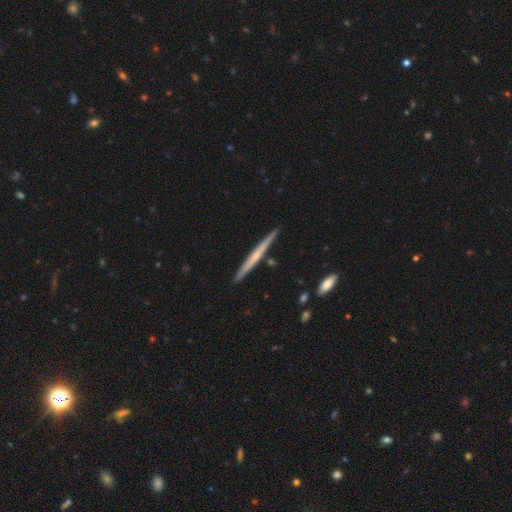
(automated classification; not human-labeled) This appears to be a featured or disk galaxy (57%) viewed edge-on (97%) with no central bulge (61%). Merging: none (89%).